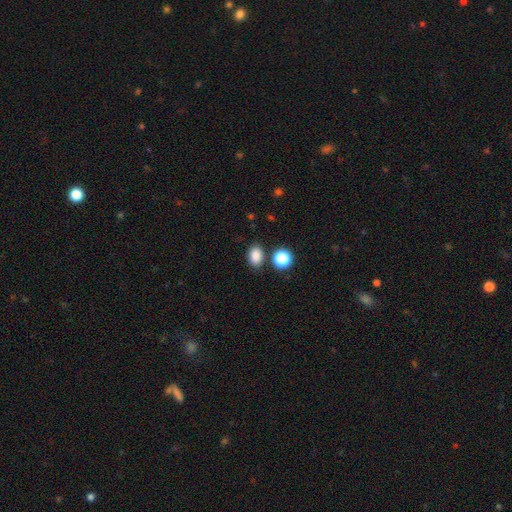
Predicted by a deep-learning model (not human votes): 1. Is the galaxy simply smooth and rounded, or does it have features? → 85% smooth, 11% star or artifact, 4% featured or disk.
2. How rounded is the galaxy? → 75% in between, 24% round, 1% cigar-shaped.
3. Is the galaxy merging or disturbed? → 81% none, 10% minor disturbance, 6% merger, 3% major disturbance.